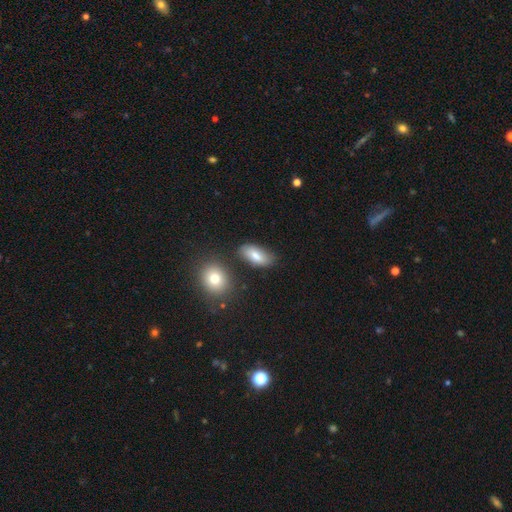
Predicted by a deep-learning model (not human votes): Q: Smooth or featured?
A: smooth (78%); runner-up: featured or disk (14%)
Q: How rounded?
A: in between (88%); runner-up: cigar-shaped (9%)
Q: Merging?
A: none (74%); runner-up: minor disturbance (15%)